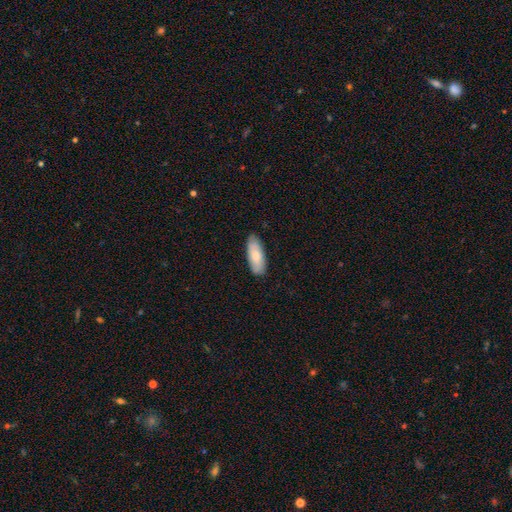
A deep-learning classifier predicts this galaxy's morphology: smooth 82%, featured or disk 13%, star or artifact 5%. Down the decision tree: how rounded — in between (74%); merging — none (84%).